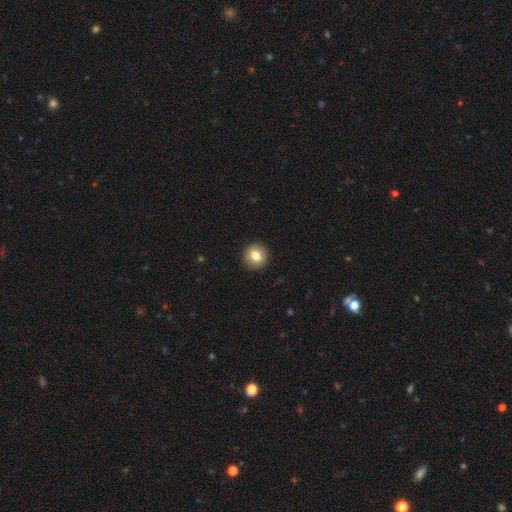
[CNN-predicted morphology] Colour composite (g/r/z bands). It shows a smooth galaxy with no disk features (80%) that is round (93%). Merging: none (92%).